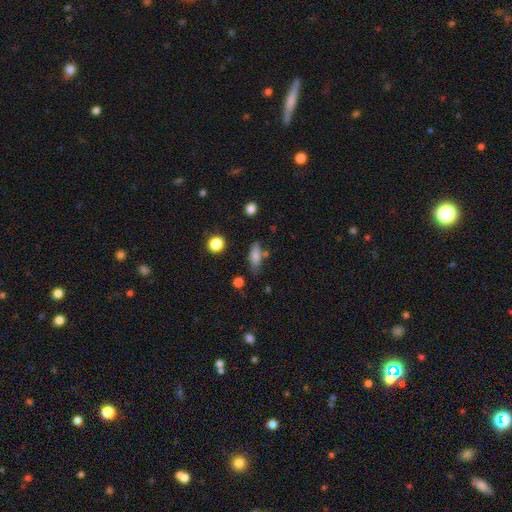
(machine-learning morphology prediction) Smooth or featured? Predicted: smooth (p=0.75). How rounded? Predicted: in between (p=0.67). Merging? Predicted: none (p=0.67).